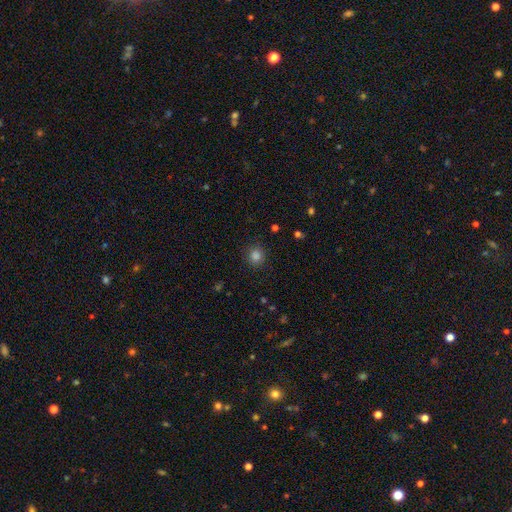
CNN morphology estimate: This is clearly a smooth galaxy (83%). How rounded: clearly round (88%). Merging: clearly none (90%).